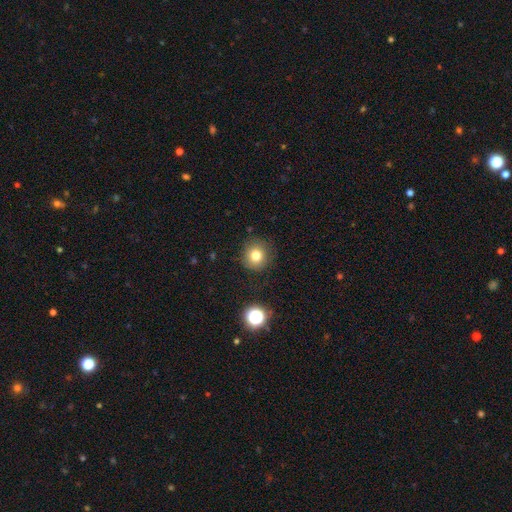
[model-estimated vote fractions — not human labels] The model was most divided on "smooth or featured": smooth: 79%, star or artifact: 13%, featured or disk: 8%. More confident: how rounded — round (91%); merging — none (85%).